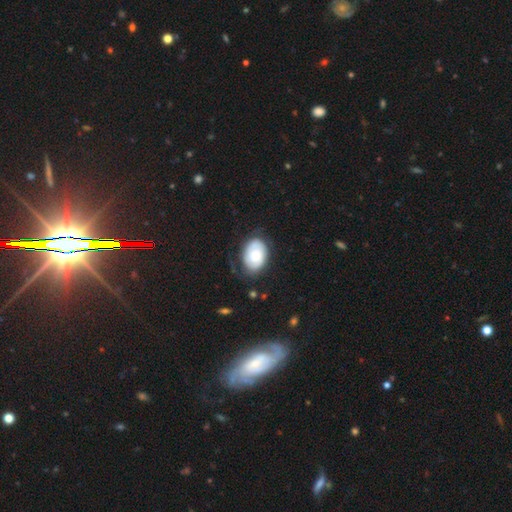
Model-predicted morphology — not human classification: smooth 61%, featured or disk 32%, star or artifact 7%. Down the decision tree: how rounded — in between (81%); merging — none (68%).